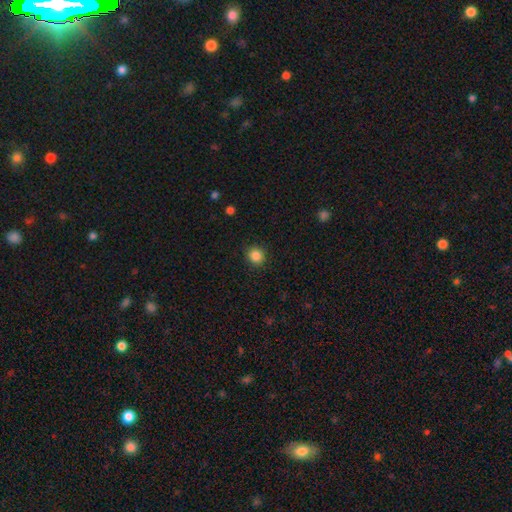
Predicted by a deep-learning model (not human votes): A smooth galaxy with no disk features (86%) that is round (92%). Merging: none (90%).